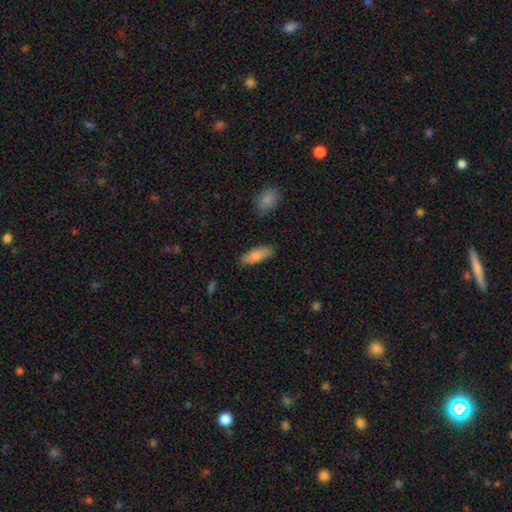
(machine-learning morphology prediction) smooth-or-featured: smooth: 83% | featured or disk: 11% | star or artifact: 6%
  how-rounded: in between: 71% | cigar-shaped: 27% | round: 2%
  merging: none: 80% | minor disturbance: 14% | major disturbance: 3% | merger: 3%